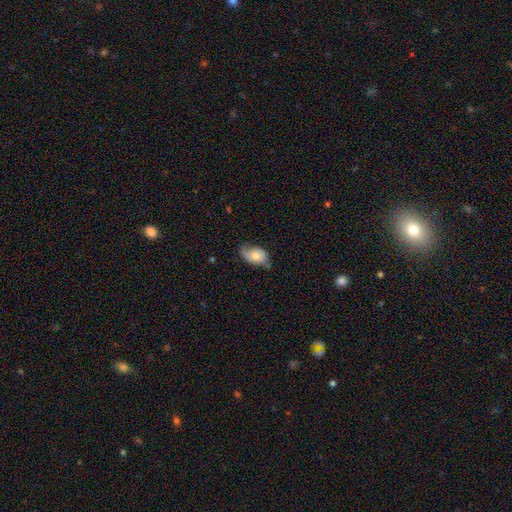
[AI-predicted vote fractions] Overall: smooth (59%; featured or disk 34%). How rounded: in between (88%). Merging: none (49%; minor disturbance 35%).